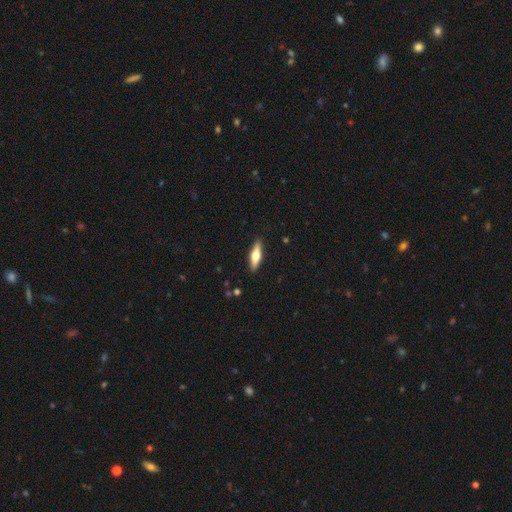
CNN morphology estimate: Smooth or featured? smooth (48%)
Merging? none (90%)